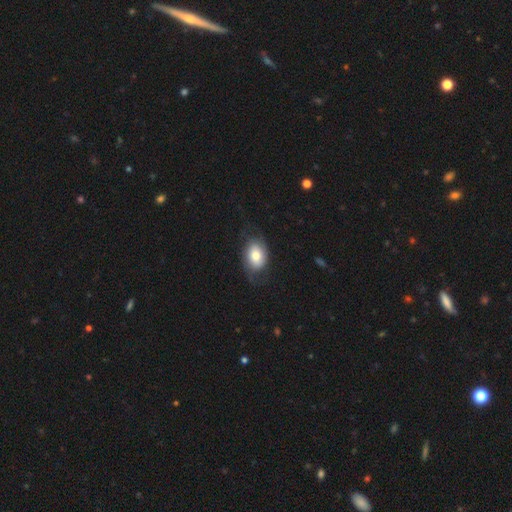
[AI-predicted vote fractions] A smooth galaxy with no disk features (66%) that is in between round and cigar-shaped (79%). Merging: none (64%).